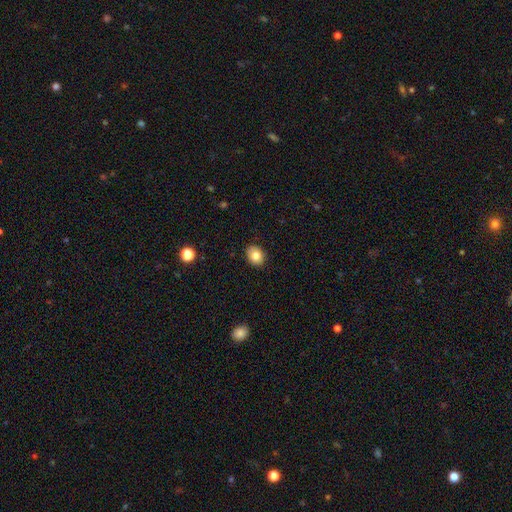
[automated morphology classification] A smooth galaxy with no disk features (82%) that is in between round and cigar-shaped (51%). Merging: none (89%).